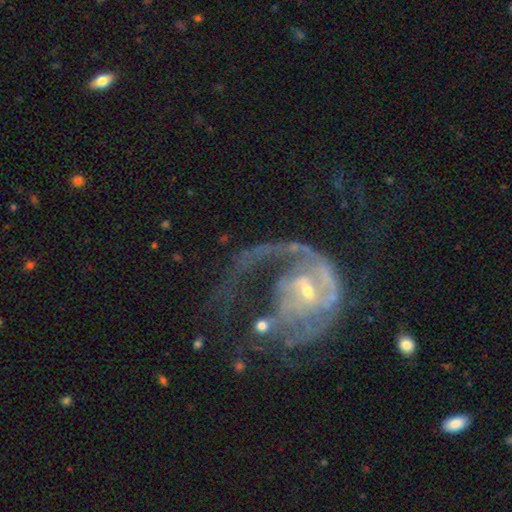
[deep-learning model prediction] Overall: featured or disk (84%). Edge-on disk: no (98%). Bar: no (53%; weak 35%). Spiral arms: yes (86%). Spiral arm count: 1 (55%; 2 24%). Spiral winding: medium (39%; loose 33%). Bulge size: small (62%; moderate 30%). Merging: major disturbance (51%; none 28%).